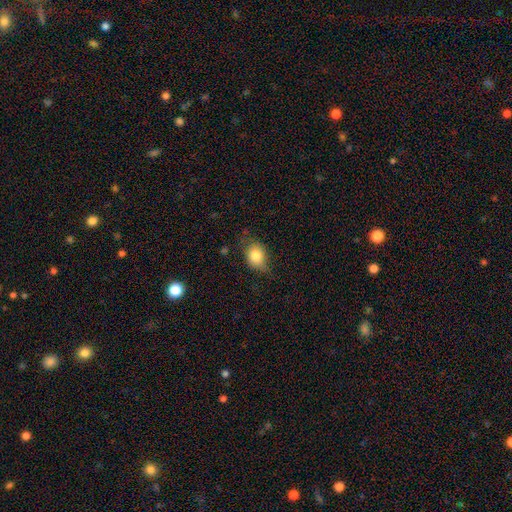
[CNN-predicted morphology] This appears to be a smooth galaxy with no disk features (80%) that is in between round and cigar-shaped (59%). Merging: none (57%).